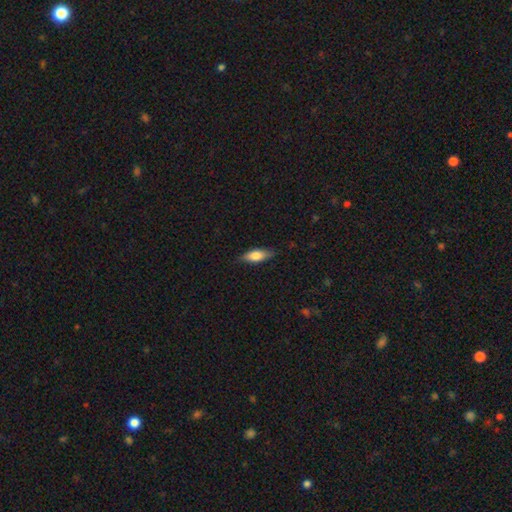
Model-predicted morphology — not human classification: Smooth or featured: smooth — 71% (featured or disk — 22%)
How rounded: in between — 68% (cigar-shaped — 29%)
Merging: none — 82% (minor disturbance — 15%)